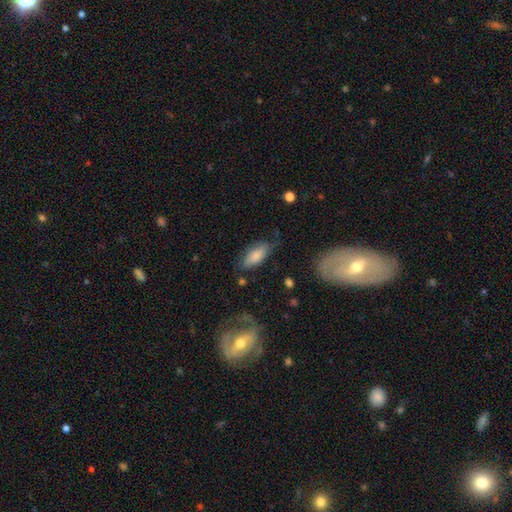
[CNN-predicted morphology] The model was most divided on "merging": none: 67%, minor disturbance: 24%, major disturbance: 7%, merger: 3%. More confident: how rounded — in between (82%); smooth or featured — smooth (77%).